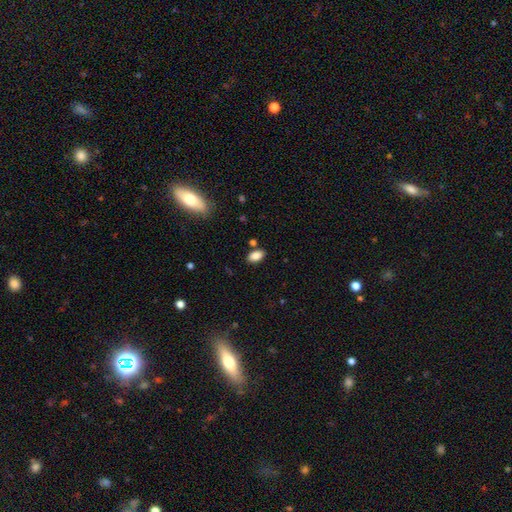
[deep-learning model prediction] Smooth or featured: smooth — 87% (star or artifact — 9%)
How rounded: in between — 92% (round — 5%)
Merging: none — 81% (minor disturbance — 11%)